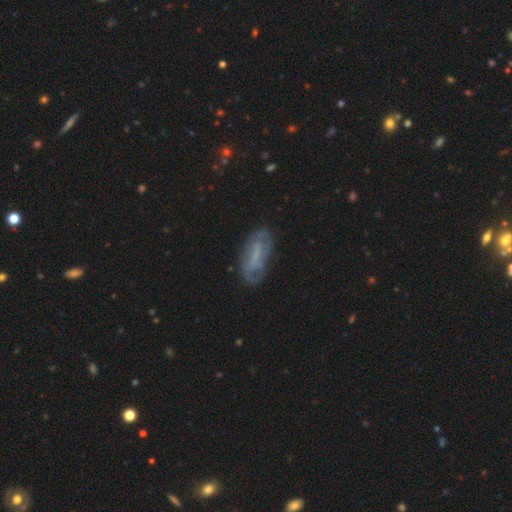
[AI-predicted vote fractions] A featured or disk galaxy (54%).

Vote fractions:
- Smooth or featured? featured or disk: 54% / smooth: 36% / star or artifact: 10%
- Edge-on disk? no: 87% / yes: 13%
- Merging? none: 67% / minor disturbance: 22% / major disturbance: 9% / merger: 2%